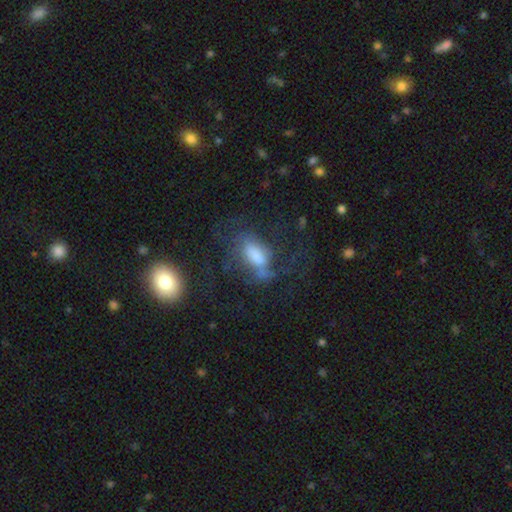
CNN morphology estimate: A smooth galaxy with no disk features (45%). Merging: none (38%).